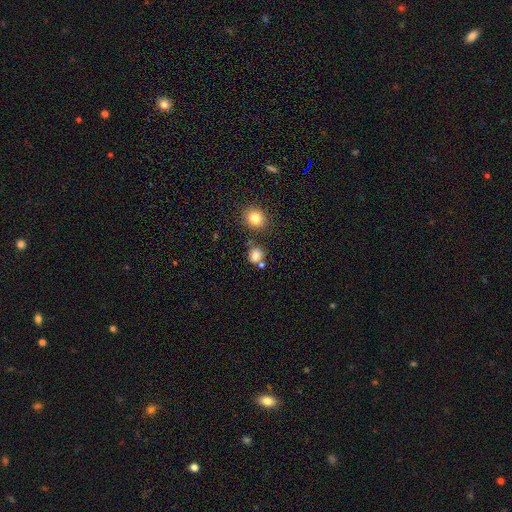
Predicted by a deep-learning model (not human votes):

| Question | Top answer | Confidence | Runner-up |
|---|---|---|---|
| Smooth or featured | smooth | 81% | star or artifact (13%) |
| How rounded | round | 75% | in between (24%) |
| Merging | none | 65% | merger (16%) |